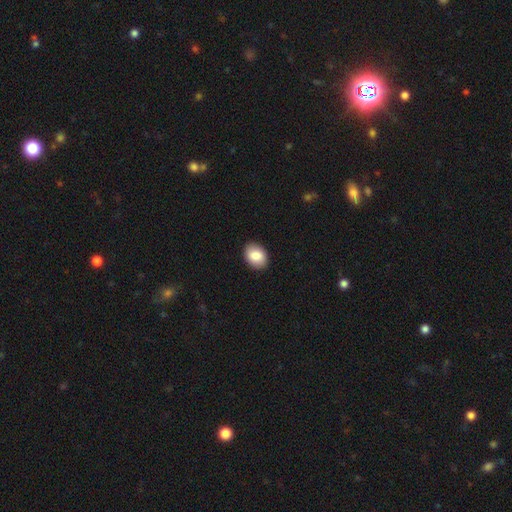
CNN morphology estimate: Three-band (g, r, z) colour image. It shows a smooth galaxy with no disk features (85%) that is in between round and cigar-shaped (71%). Merging: none (90%).